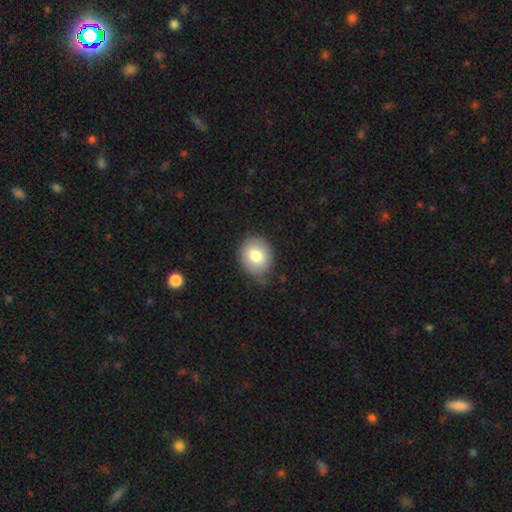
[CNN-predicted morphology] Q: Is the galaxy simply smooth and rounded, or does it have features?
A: smooth — 80%.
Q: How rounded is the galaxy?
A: round — 57%.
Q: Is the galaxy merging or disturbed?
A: none — 76%.